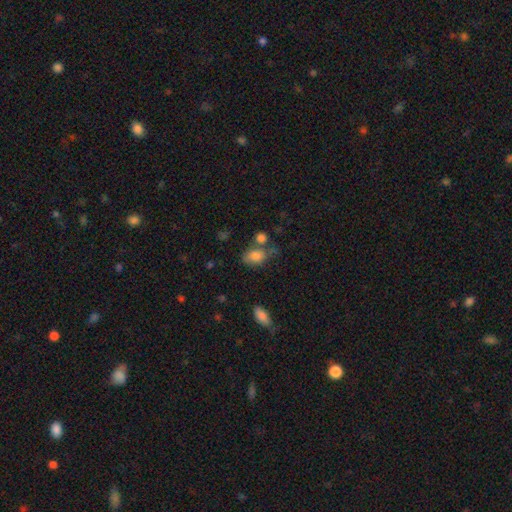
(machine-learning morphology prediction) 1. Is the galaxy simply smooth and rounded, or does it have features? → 81% smooth, 10% featured or disk, 9% star or artifact.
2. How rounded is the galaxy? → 81% in between, 17% round, 2% cigar-shaped.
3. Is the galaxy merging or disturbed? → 48% none, 23% minor disturbance, 20% merger, 9% major disturbance.